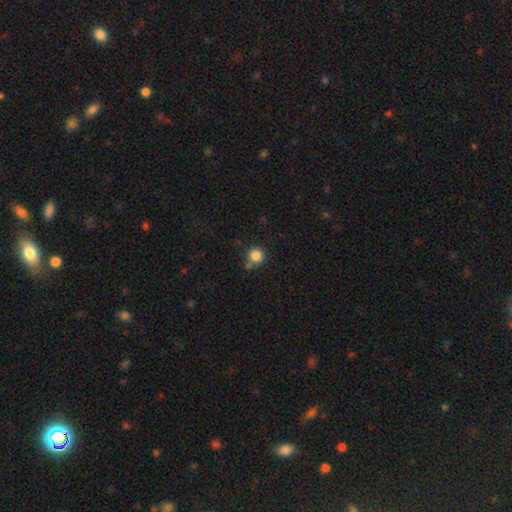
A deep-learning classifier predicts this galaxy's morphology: smooth_or_featured: smooth (p=0.85) [alt: star or artifact p=0.11]
how_rounded: round (p=0.94) [alt: in between p=0.05]
merging: none (p=0.75) [alt: merger p=0.12]